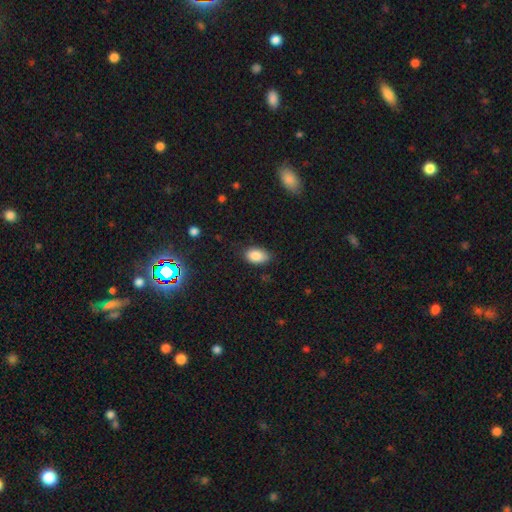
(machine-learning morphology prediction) type=smooth (86%); roundness=in between (92%); merging=none (78%).